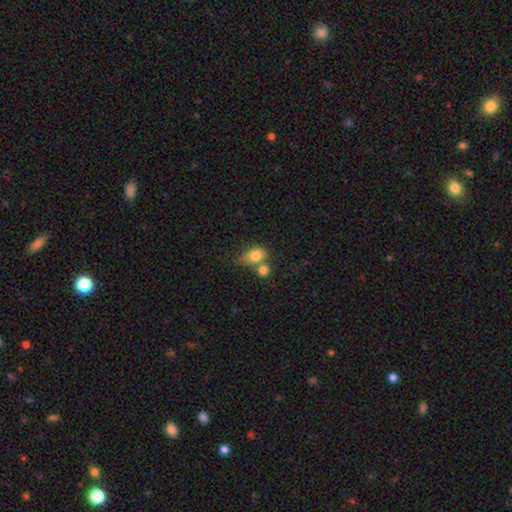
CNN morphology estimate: type=smooth (79%); roundness=in between (64%); merging=merger (42%).